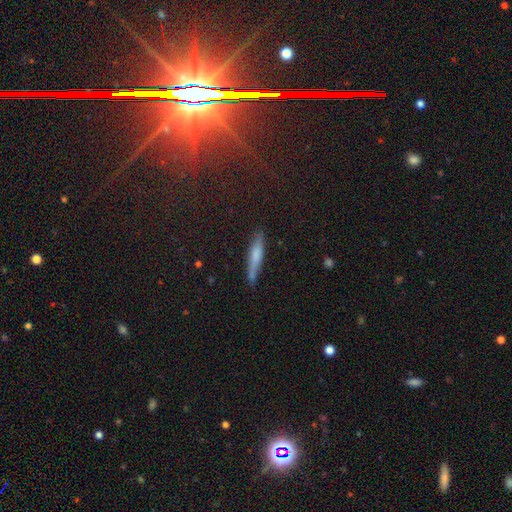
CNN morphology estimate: type=smooth (65%); roundness=cigar-shaped (89%); merging=none (77%).